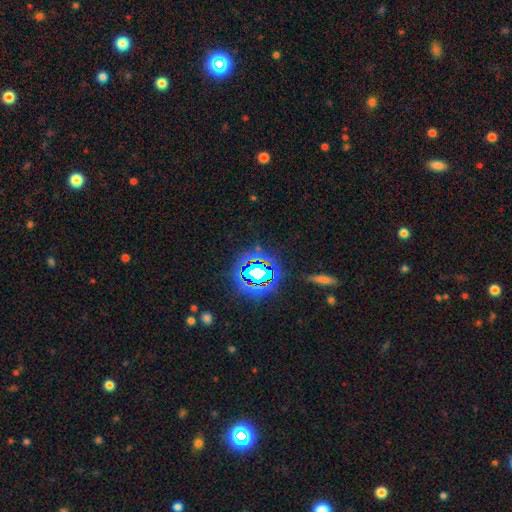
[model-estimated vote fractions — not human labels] Smooth or featured? star or artifact (76%)